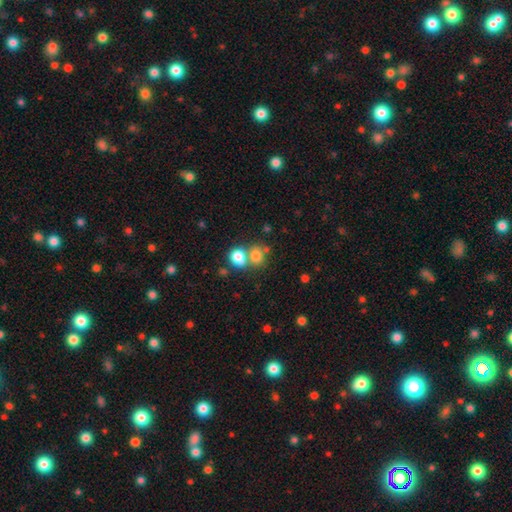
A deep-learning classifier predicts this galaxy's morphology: smooth 75%, star or artifact 12%, featured or disk 12%. Down the decision tree: how rounded — round (65%); merging — merger (52%).